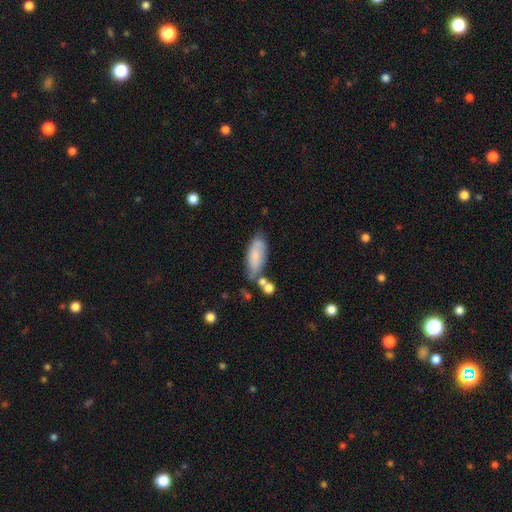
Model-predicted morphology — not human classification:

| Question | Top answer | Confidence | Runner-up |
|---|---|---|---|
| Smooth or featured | smooth | 75% | featured or disk (18%) |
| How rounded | in between | 75% | cigar-shaped (23%) |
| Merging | none | 55% | minor disturbance (26%) |